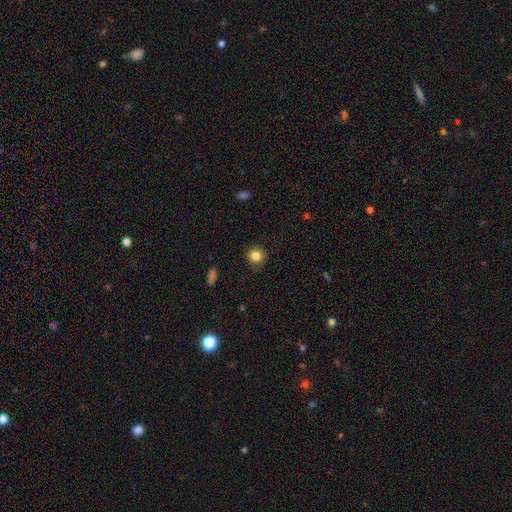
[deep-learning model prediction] Q: Smooth or featured?
A: smooth (84%); runner-up: star or artifact (11%)
Q: How rounded?
A: round (90%); runner-up: in between (9%)
Q: Merging?
A: none (87%); runner-up: minor disturbance (9%)